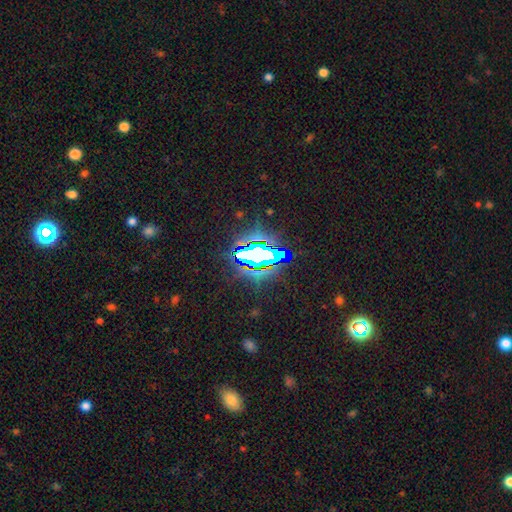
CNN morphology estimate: The model was most divided on "smooth or featured": star or artifact: 73%, smooth: 15%, featured or disk: 12%.